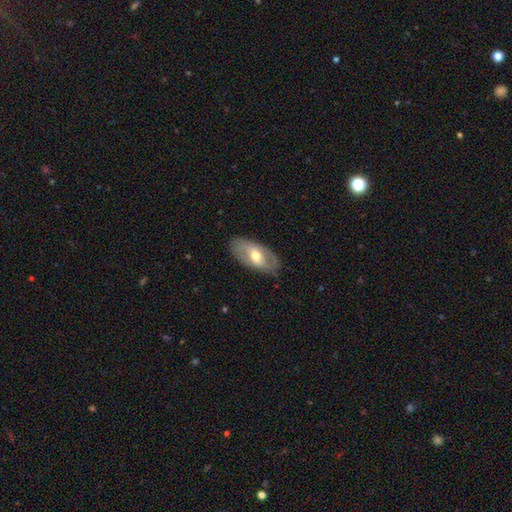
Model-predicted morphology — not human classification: A featured or disk galaxy (56%).

Vote fractions:
- Smooth or featured? featured or disk: 56% / smooth: 39% / star or artifact: 6%
- Edge-on disk? no: 87% / yes: 13%
- Merging? none: 81% / minor disturbance: 14% / major disturbance: 4% / merger: 1%